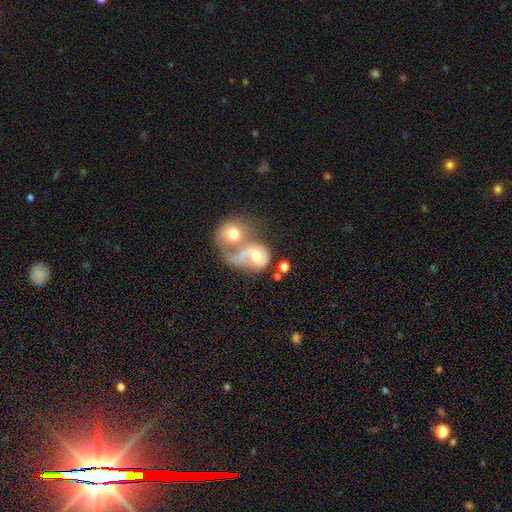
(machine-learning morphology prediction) The model was most divided on "smooth or featured": featured or disk: 48%, smooth: 44%, star or artifact: 8%. More confident: merging — merger (76%).